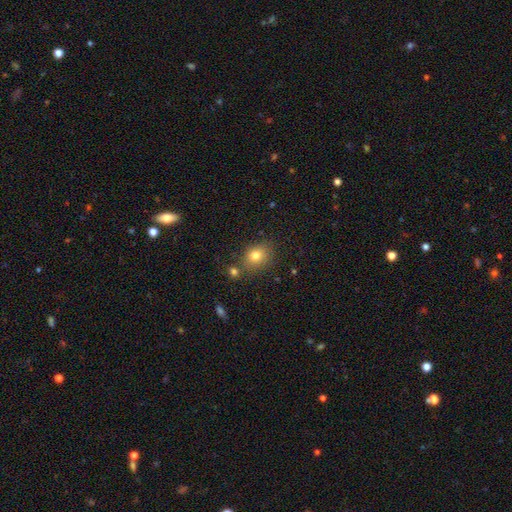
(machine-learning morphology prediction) A smooth galaxy with no disk features (79%) that is round (53%).

Vote fractions:
- Smooth or featured? smooth: 79% / star or artifact: 12% / featured or disk: 10%
- How rounded? round: 53% / in between: 46% / cigar-shaped: 1%
- Merging? none: 73% / minor disturbance: 13% / merger: 10% / major disturbance: 4%